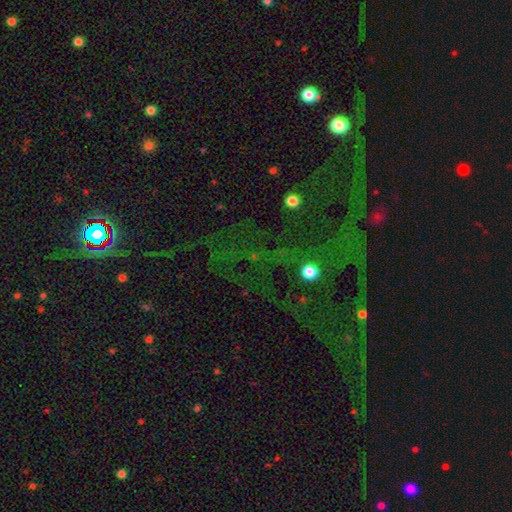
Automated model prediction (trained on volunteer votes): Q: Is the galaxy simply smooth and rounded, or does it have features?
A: star or artifact — 75%.